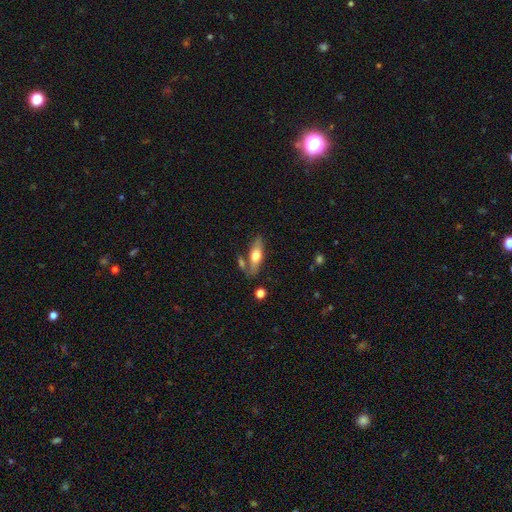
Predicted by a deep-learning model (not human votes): Smooth or featured? Predicted: smooth (p=0.54). How rounded? Predicted: in between (p=0.53). Merging? Predicted: none (p=0.68).